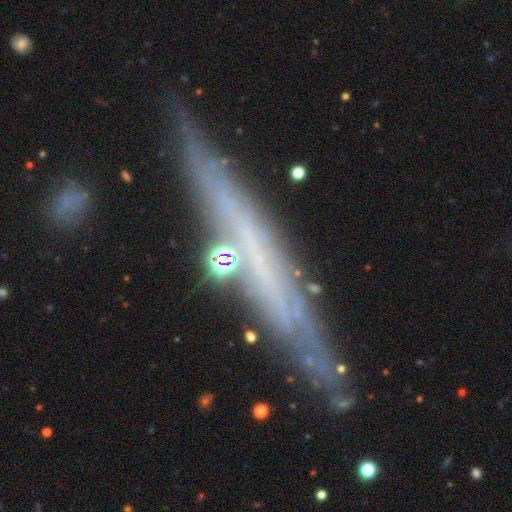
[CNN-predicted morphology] The model was most divided on "smooth or featured": featured or disk: 69%, smooth: 22%, star or artifact: 9%. More confident: edge-on disk — yes (87%); merging — none (80%); edge-on bulge — none (75%).